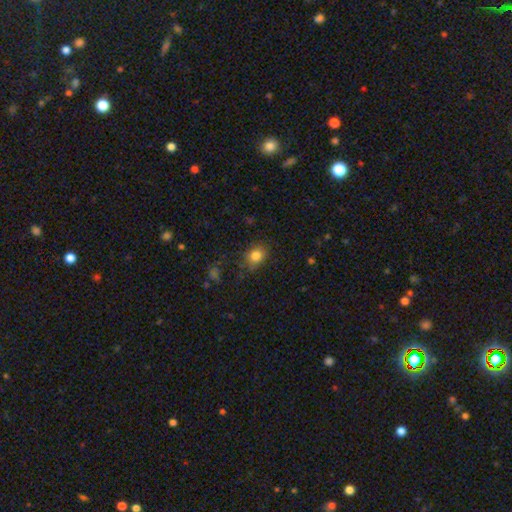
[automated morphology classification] Smooth or featured: smooth — 82% (star or artifact — 11%)
How rounded: in between — 53% (round — 45%)
Merging: none — 77% (minor disturbance — 17%)